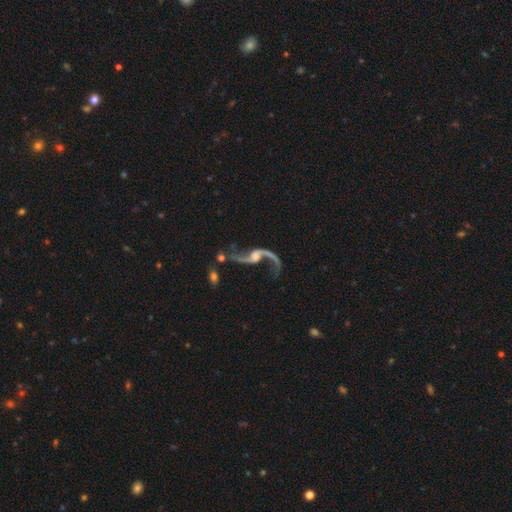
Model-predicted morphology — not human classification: This appears to be a featured or disk galaxy (89%) with no bar (52%), 2 (92%) loose (93%) spiral arms (95%) and a moderate central bulge (36%). Merging: none (53%).